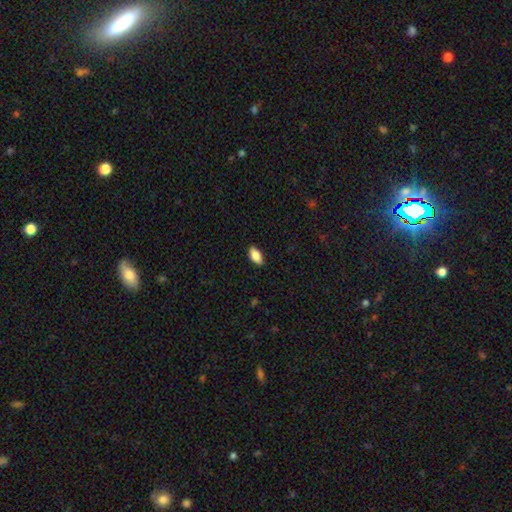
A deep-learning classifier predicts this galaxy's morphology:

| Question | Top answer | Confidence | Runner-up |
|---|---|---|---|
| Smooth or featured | smooth | 84% | featured or disk (9%) |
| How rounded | in between | 90% | cigar-shaped (6%) |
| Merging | none | 88% | minor disturbance (9%) |